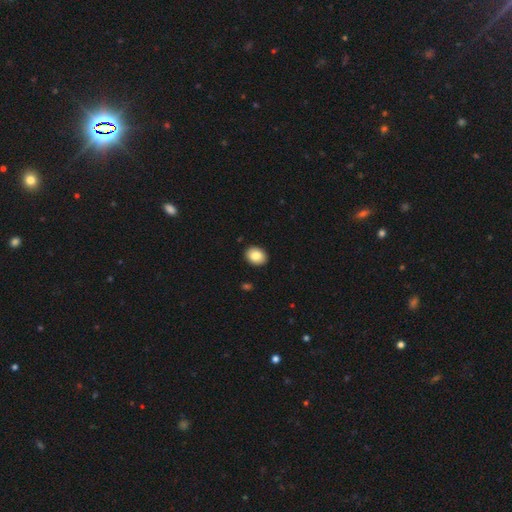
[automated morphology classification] smooth-or-featured: smooth: 85% | star or artifact: 7% | featured or disk: 7%
  how-rounded: in between: 64% | round: 35% | cigar-shaped: 1%
  merging: none: 91% | minor disturbance: 6% | major disturbance: 2% | merger: 1%